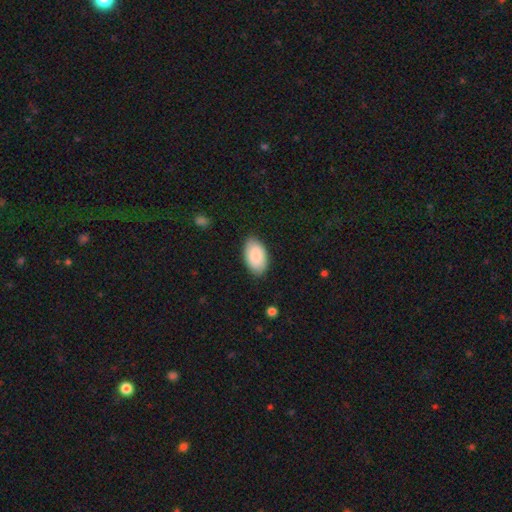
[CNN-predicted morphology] Smooth or featured? smooth (86%)
How rounded? in between (95%)
Merging? none (84%)